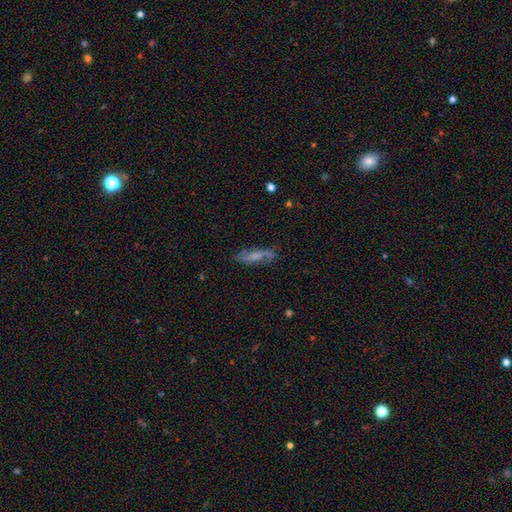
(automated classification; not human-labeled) smooth-or-featured: featured or disk: 47% | smooth: 44% | star or artifact: 8%
  merging: none: 71% | minor disturbance: 20% | major disturbance: 7% | merger: 2%